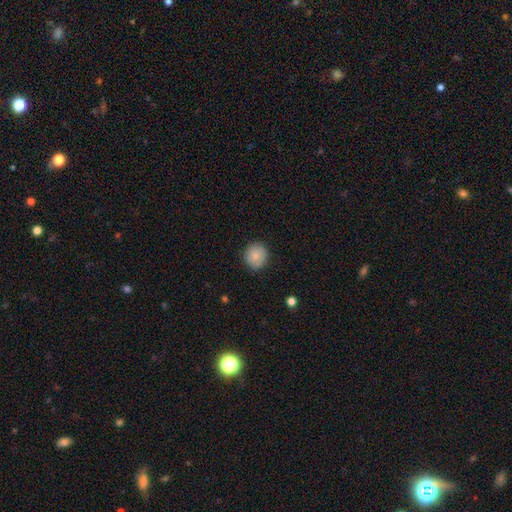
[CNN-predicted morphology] Smooth or featured: smooth — 84% (star or artifact — 8%)
How rounded: round — 88% (in between — 11%)
Merging: none — 88% (minor disturbance — 9%)